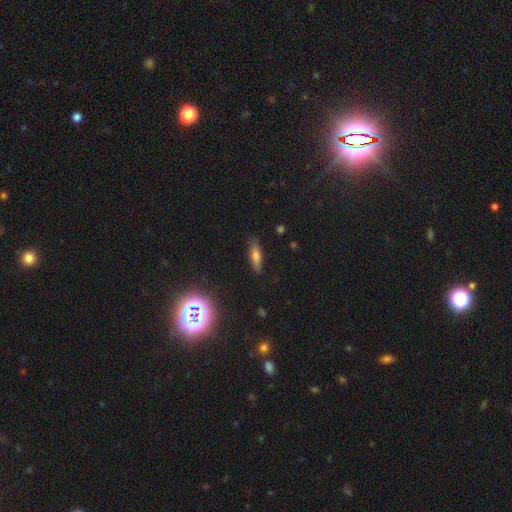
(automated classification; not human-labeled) The model was most divided on "how rounded": in between: 50%, cigar-shaped: 46%, round: 3%. More confident: merging — none (85%); smooth or featured — smooth (67%).